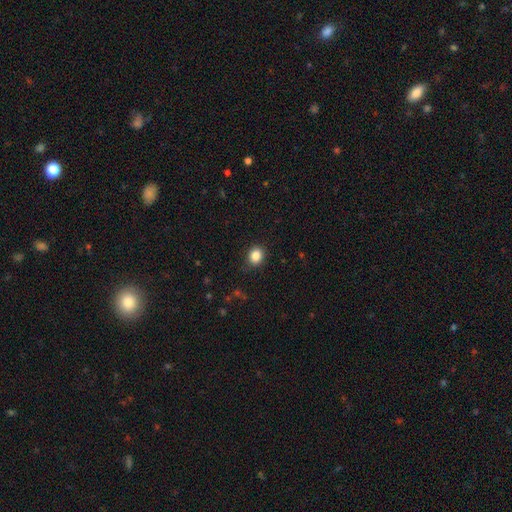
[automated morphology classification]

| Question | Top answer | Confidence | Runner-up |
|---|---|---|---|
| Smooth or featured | smooth | 85% | star or artifact (10%) |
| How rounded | round | 61% | in between (38%) |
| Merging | none | 85% | minor disturbance (12%) |